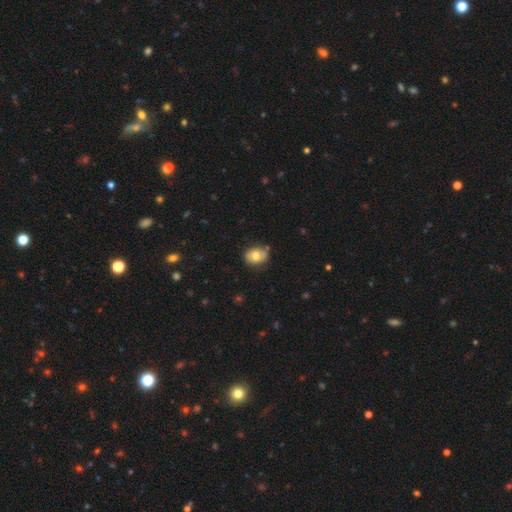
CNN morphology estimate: Smooth or featured? Predicted: smooth (p=0.66). How rounded? Predicted: in between (p=0.52). Merging? Predicted: none (p=0.73).